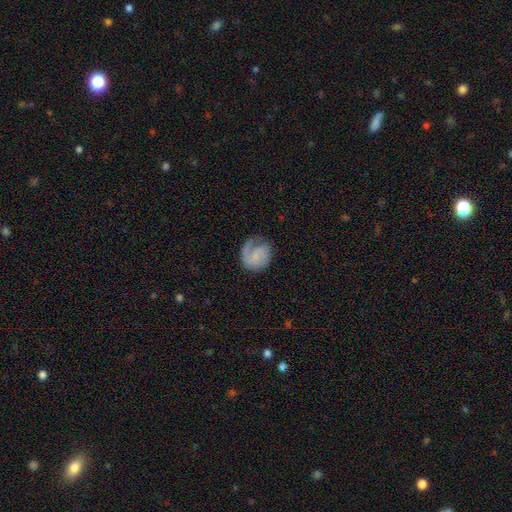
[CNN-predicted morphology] A featured or disk galaxy (60%) with no bar (67%), 1 (60%) tight (43%) spiral arms (89%) and a small central bulge (51%).

Vote fractions:
- Smooth or featured? featured or disk: 60% / smooth: 33% / star or artifact: 7%
- Edge-on disk? no: 98% / yes: 2%
- Bar? no: 67% / weak: 28% / strong: 4%
- Spiral arms? yes: 89% / no: 11%
- Spiral winding? tight: 43% / medium: 37% / loose: 20%
- Spiral arm count? 1: 60% / 2: 26% / can't tell: 9% / 3: 2% / 4: 1% / more than 4: 1%
- Bulge size? small: 51% / none: 33% / moderate: 13% / large: 2% / dominant: 1%
- Merging? none: 59% / minor disturbance: 22% / major disturbance: 18% / merger: 2%